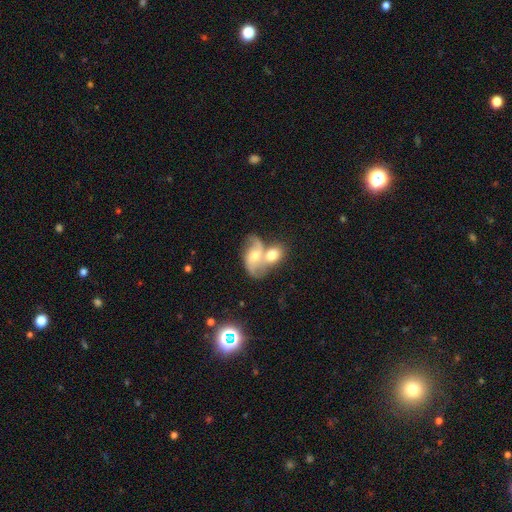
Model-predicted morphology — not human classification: smooth_or_featured: featured or disk (p=0.69) [alt: smooth p=0.20]
disk_edge_on: no (p=0.96) [alt: yes p=0.04]
bar: no (p=0.55) [alt: weak p=0.34]
has_spiral_arms: yes (p=0.88) [alt: no p=0.12]
spiral_winding: loose (p=0.56) [alt: medium p=0.34]
spiral_arm_count: 2 (p=0.86) [alt: can't tell p=0.06]
bulge_size: moderate (p=0.58) [alt: small p=0.32]
merging: merger (p=0.60) [alt: none p=0.26]